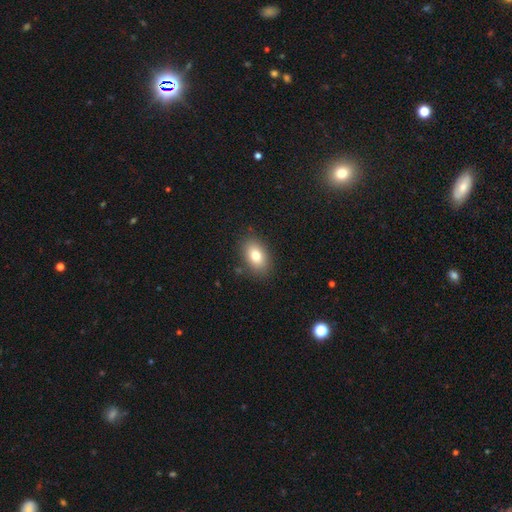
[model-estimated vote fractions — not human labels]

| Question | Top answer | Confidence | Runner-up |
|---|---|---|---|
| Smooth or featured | smooth | 78% | featured or disk (13%) |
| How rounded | in between | 85% | round (14%) |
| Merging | none | 86% | minor disturbance (10%) |